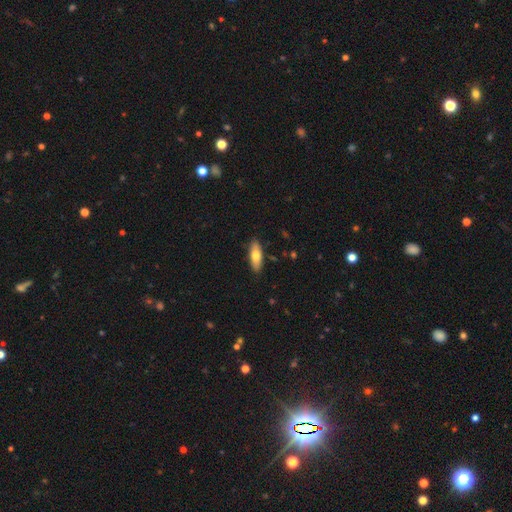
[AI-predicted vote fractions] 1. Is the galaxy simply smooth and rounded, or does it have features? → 75% smooth, 19% featured or disk, 6% star or artifact.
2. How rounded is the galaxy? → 65% in between, 33% cigar-shaped, 2% round.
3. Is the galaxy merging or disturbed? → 87% none, 10% minor disturbance, 2% major disturbance, 1% merger.